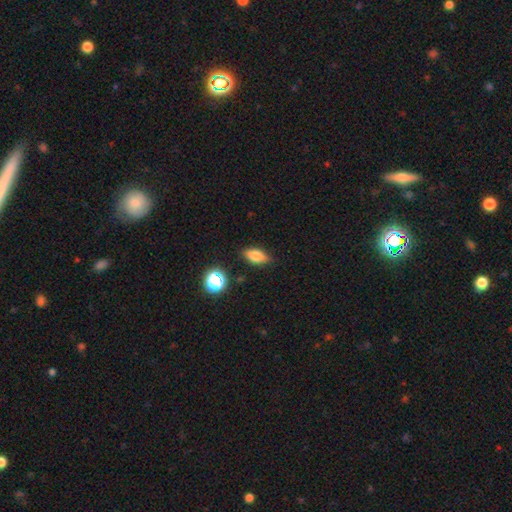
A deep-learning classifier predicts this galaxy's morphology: A smooth galaxy with no disk features (74%) that is in between round and cigar-shaped (80%). Merging: none (83%).